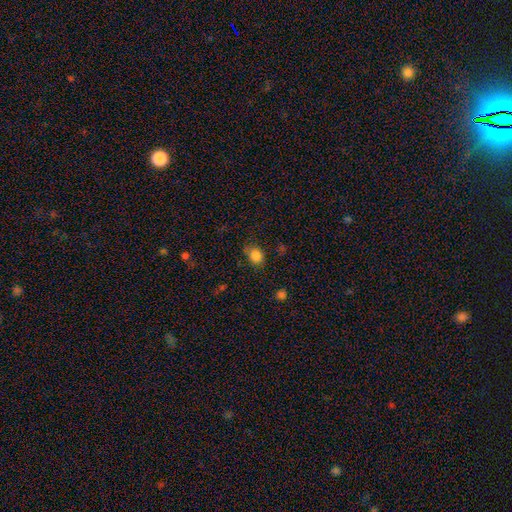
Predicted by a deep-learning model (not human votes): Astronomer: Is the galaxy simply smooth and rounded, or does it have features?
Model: smooth — 84%.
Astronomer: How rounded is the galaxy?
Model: in between — 50% (runner-up: round, 49%).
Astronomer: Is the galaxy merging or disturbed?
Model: none — 70%.